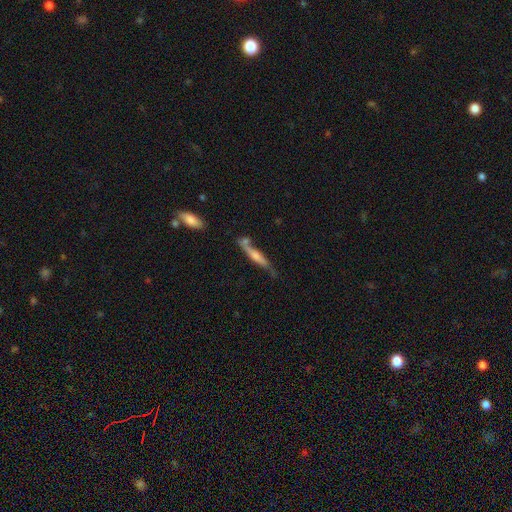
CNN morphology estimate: smooth 49%, featured or disk 45%, star or artifact 6%. Down the decision tree: merging — none (55%).